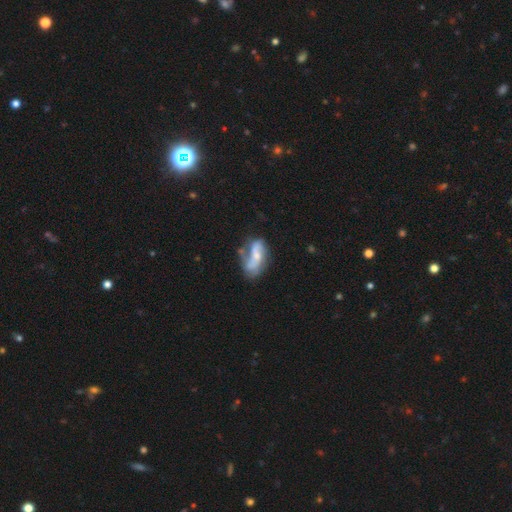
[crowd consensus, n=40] Overall: featured or disk (55%; smooth 45%). Edge-on disk: no (100%). Bar: no (45%; weak 41%). Spiral arms: yes (73%). Spiral arm count: 2 (94%). Spiral winding: loose (75%). Bulge size: small (55%; moderate 32%). Merging: none (50%; major disturbance 30%).